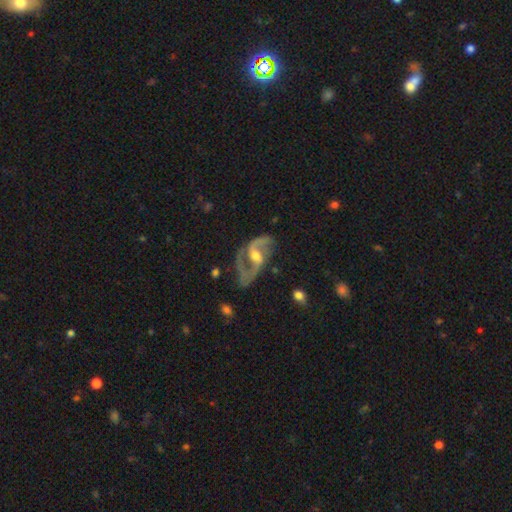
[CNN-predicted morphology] This appears to be a featured or disk galaxy (88%) with a weak bar (49%), 2 (88%) loose (46%) spiral arms (94%) and a moderate central bulge (63%). Merging: none (53%).